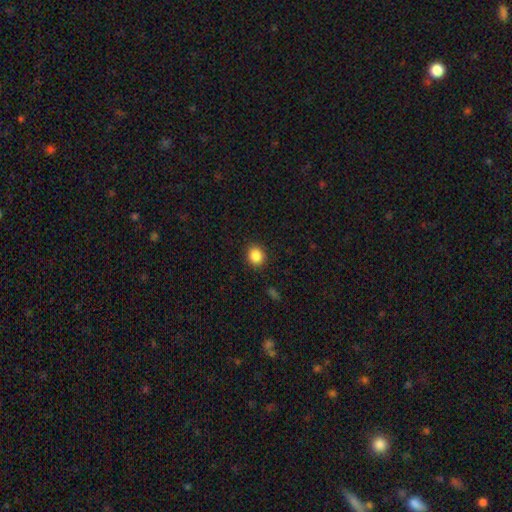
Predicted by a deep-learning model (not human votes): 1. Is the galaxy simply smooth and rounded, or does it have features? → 87% smooth, 10% star or artifact, 3% featured or disk.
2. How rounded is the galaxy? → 77% round, 22% in between, 1% cigar-shaped.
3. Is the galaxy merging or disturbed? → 90% none, 7% minor disturbance, 2% major disturbance, 1% merger.